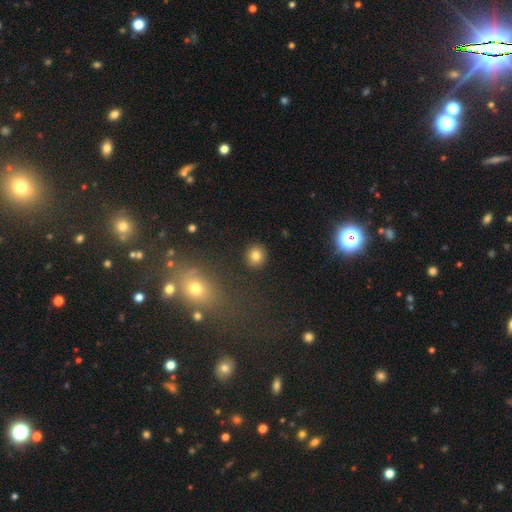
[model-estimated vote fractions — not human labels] Smooth or featured? Predicted: smooth (p=0.82). How rounded? Predicted: round (p=0.89). Merging? Predicted: none (p=0.91).